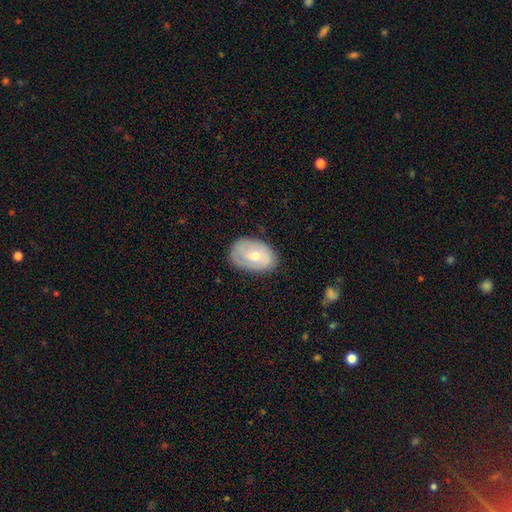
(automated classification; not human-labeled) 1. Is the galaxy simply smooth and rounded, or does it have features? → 49% featured or disk, 45% smooth, 6% star or artifact.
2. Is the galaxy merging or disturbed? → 77% none, 17% minor disturbance, 4% major disturbance, 1% merger.